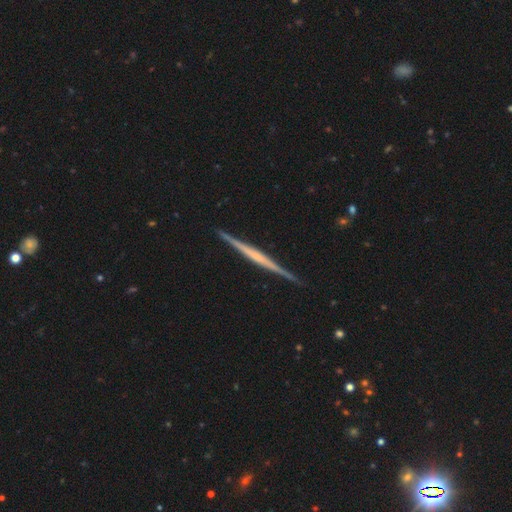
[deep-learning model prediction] Smooth or featured?
  - featured or disk: 74% *
  - smooth: 21%
  - star or artifact: 5%
Edge-on disk?
  - yes: 98% *
  - no: 2%
Edge-on bulge?
  - none: 61% *
  - rounded: 23%
  - boxy: 17%
Merging?
  - none: 91% *
  - minor disturbance: 6%
  - major disturbance: 1%
  - merger: 1%